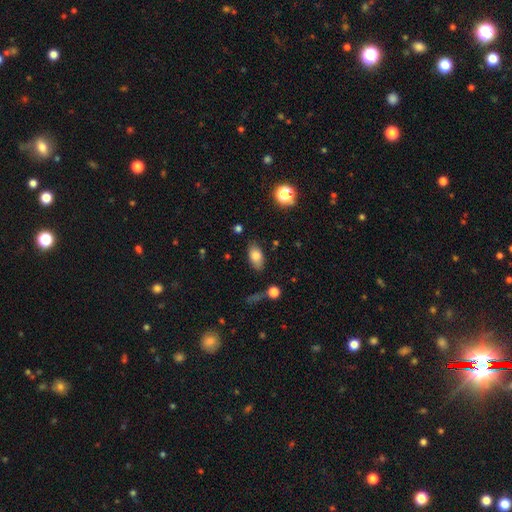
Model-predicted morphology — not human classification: Overall: smooth (79%). How rounded: in between (90%). Merging: none (80%).